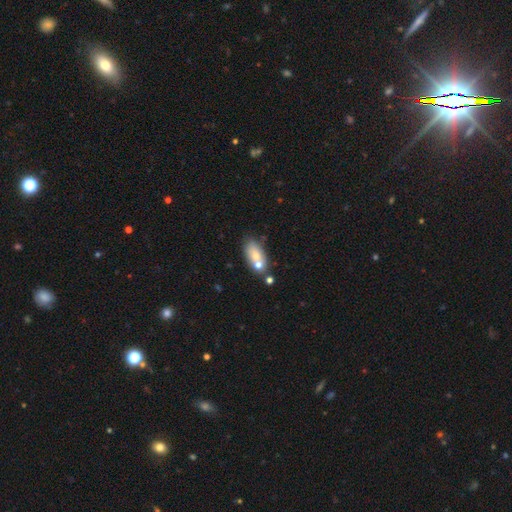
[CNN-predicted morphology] Overall: smooth (67%). How rounded: in between (84%). Merging: none (48%; merger 32%).